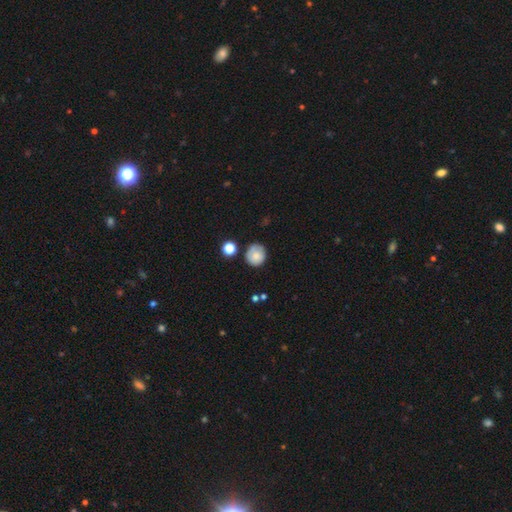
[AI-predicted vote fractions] smooth-or-featured: smooth: 76% | featured or disk: 15% | star or artifact: 9%
  how-rounded: round: 86% | in between: 14% | cigar-shaped: 1%
  merging: none: 70% | minor disturbance: 20% | major disturbance: 5% | merger: 5%